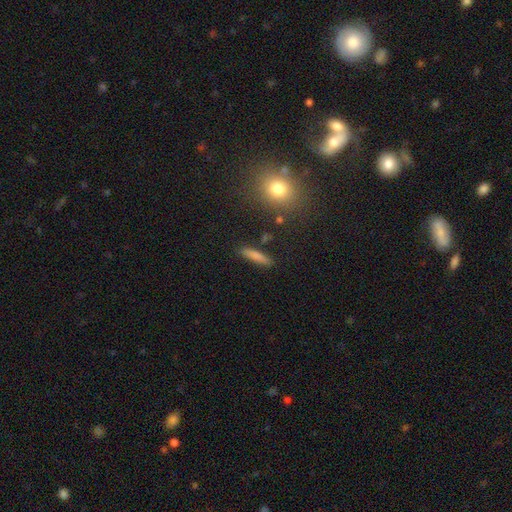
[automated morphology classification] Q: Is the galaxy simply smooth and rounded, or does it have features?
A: smooth — 79%.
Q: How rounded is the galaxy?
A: cigar-shaped — 83%.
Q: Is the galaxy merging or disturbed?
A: none — 86%.